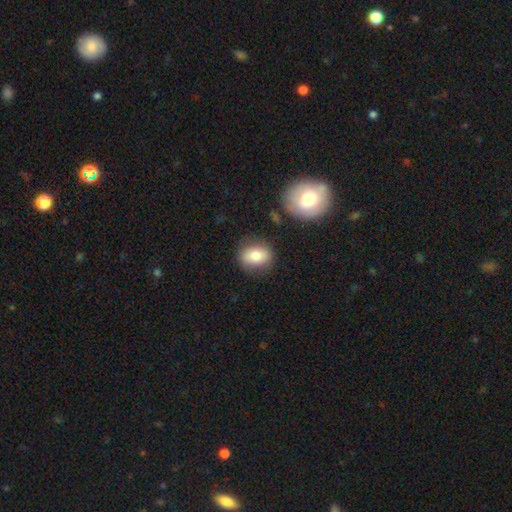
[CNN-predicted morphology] This appears to be a smooth galaxy with no disk features (77%) that is in between round and cigar-shaped (53%). Merging: none (80%).